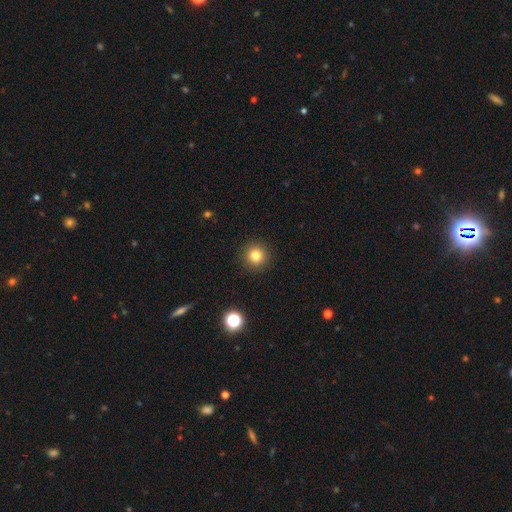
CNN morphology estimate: Overall: smooth (82%). How rounded: round (95%). Merging: none (92%).